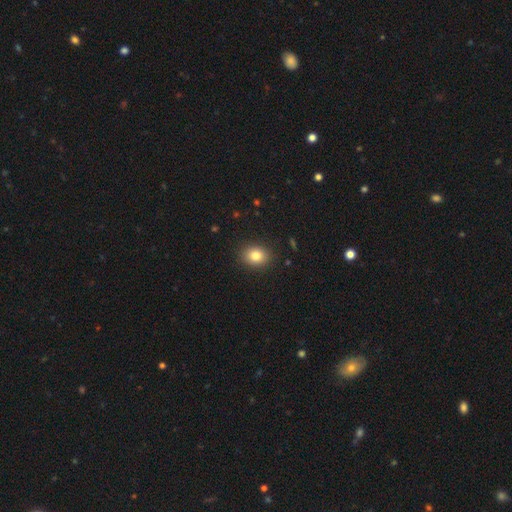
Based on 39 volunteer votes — smooth 90%, featured or disk 8%, star or artifact 3%. Down the decision tree: how rounded — in between (63%); merging — none (92%).